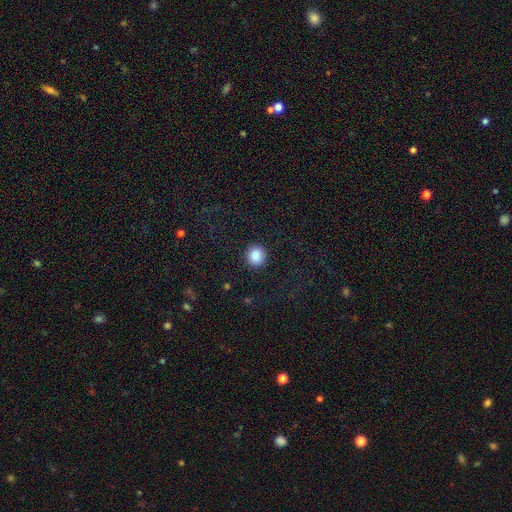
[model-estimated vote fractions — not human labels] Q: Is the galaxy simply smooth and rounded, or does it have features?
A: smooth — 87%.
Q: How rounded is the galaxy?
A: round — 90%.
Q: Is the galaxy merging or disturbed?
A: none — 91%.